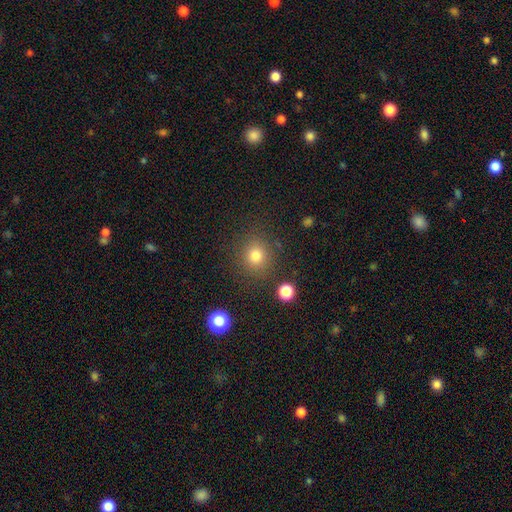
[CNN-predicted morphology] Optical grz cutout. It shows a smooth galaxy with no disk features (79%) that is round (88%). Merging: none (85%).